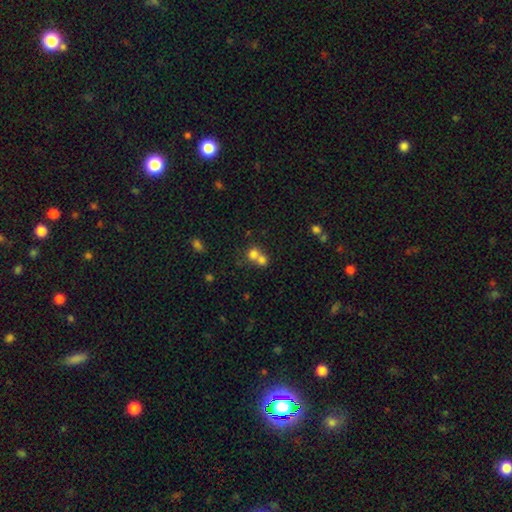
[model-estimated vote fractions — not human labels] Q: Smooth or featured?
A: smooth (73%); runner-up: featured or disk (15%)
Q: How rounded?
A: round (79%); runner-up: in between (20%)
Q: Merging?
A: merger (63%); runner-up: none (29%)